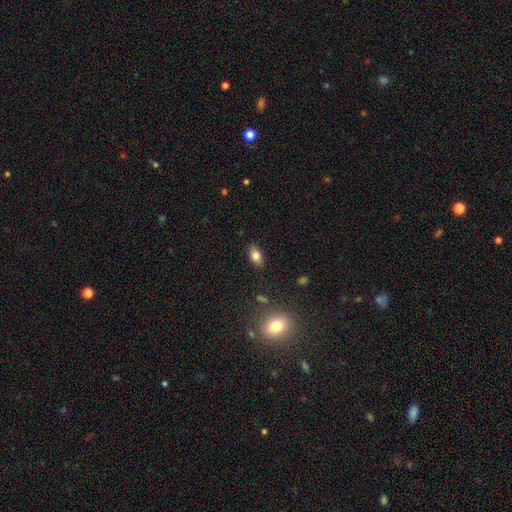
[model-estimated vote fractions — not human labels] Smooth or featured?
  - smooth: 79% *
  - featured or disk: 11%
  - star or artifact: 10%
How rounded?
  - in between: 87% *
  - round: 9%
  - cigar-shaped: 4%
Merging?
  - none: 84% *
  - minor disturbance: 11%
  - major disturbance: 3%
  - merger: 2%